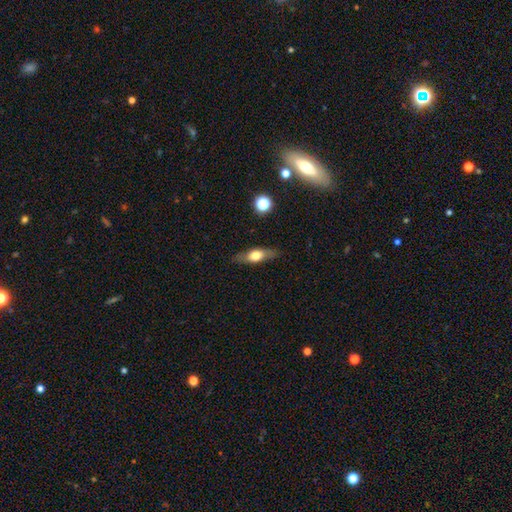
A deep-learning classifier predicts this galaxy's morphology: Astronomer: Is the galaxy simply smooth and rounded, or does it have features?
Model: smooth — 55% (runner-up: featured or disk, 38%).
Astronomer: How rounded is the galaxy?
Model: in between — 52% (runner-up: cigar-shaped, 43%).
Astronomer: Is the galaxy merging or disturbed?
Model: none — 83%.